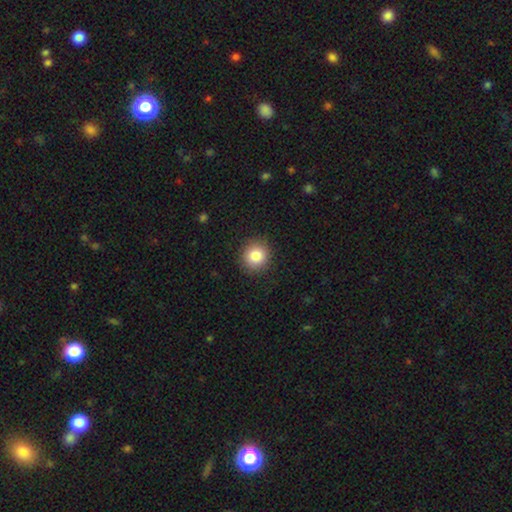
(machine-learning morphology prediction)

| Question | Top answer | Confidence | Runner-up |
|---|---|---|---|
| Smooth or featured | smooth | 85% | star or artifact (9%) |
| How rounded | round | 89% | in between (11%) |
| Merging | none | 89% | minor disturbance (7%) |